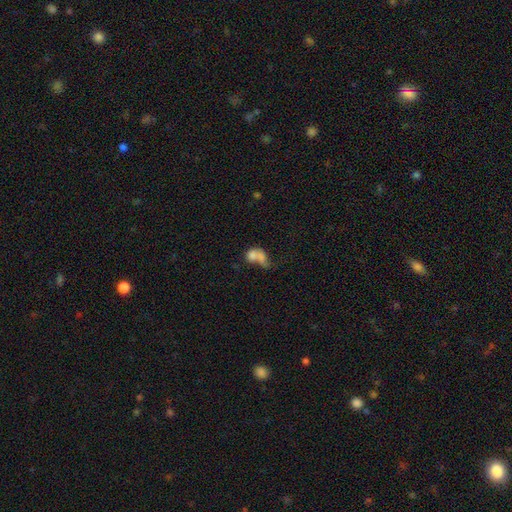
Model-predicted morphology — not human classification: This appears to be a smooth galaxy with no disk features (65%) that is in between round and cigar-shaped (65%). Merging: merger (64%).